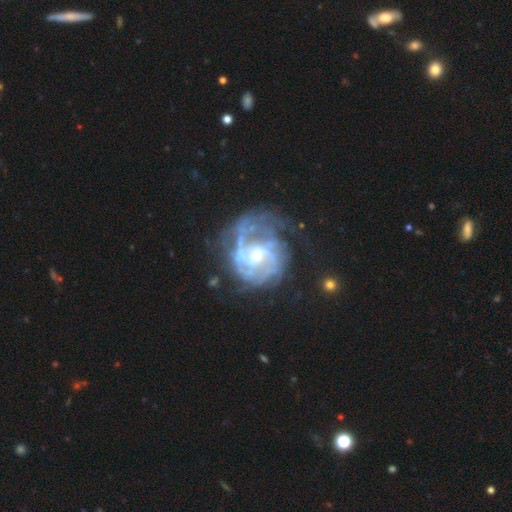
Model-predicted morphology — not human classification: Overall: featured or disk (85%). Edge-on disk: no (98%). Bar: no (46%; weak 43%). Spiral arms: yes (86%). Spiral arm count: can't tell (36%; 2 35%). Spiral winding: tight (44%; medium 39%). Bulge size: moderate (51%; small 36%). Merging: none (49%; major disturbance 27%).